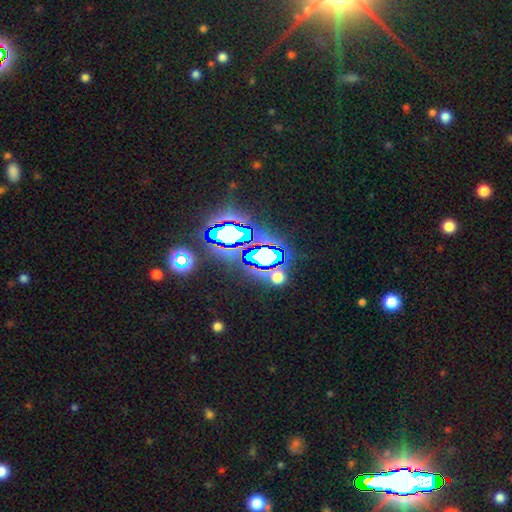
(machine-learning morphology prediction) Smooth or featured: star or artifact — 82% (smooth — 11%)